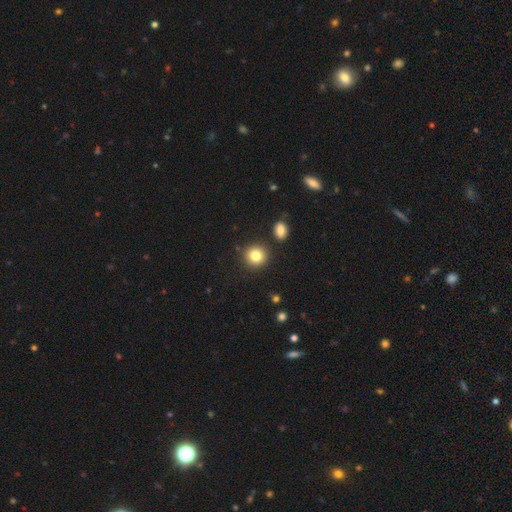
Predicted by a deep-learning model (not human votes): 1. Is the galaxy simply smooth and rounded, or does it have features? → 82% smooth, 10% star or artifact, 7% featured or disk.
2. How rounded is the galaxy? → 90% round, 9% in between, 1% cigar-shaped.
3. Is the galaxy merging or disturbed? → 86% none, 7% minor disturbance, 5% merger, 2% major disturbance.